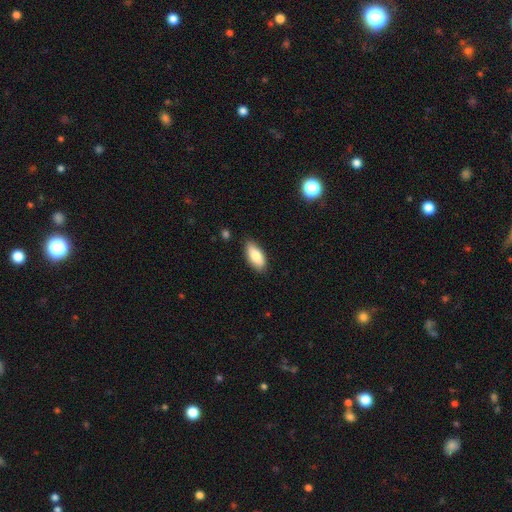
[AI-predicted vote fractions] smooth_or_featured: smooth (p=0.81) [alt: featured or disk p=0.13]
how_rounded: in between (p=0.87) [alt: cigar-shaped p=0.11]
merging: none (p=0.83) [alt: minor disturbance p=0.13]